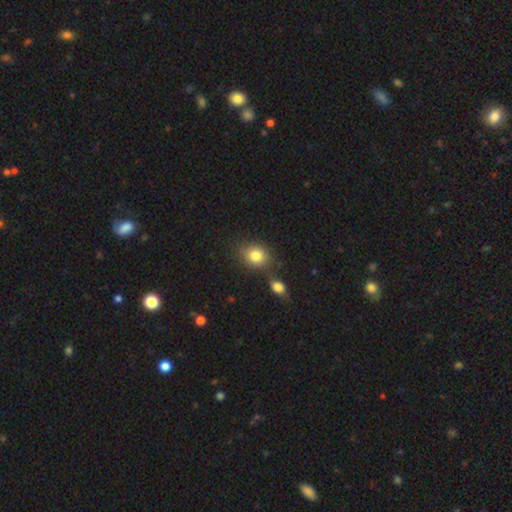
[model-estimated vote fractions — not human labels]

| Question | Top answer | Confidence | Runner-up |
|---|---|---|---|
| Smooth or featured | smooth | 81% | star or artifact (10%) |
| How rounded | round | 59% | in between (40%) |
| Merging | none | 64% | merger (18%) |